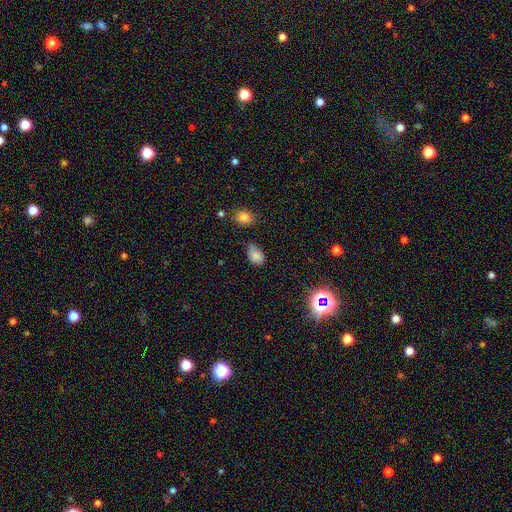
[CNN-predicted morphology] Smooth or featured: smooth — 78% (star or artifact — 14%)
How rounded: in between — 82% (round — 16%)
Merging: none — 56% (minor disturbance — 34%)